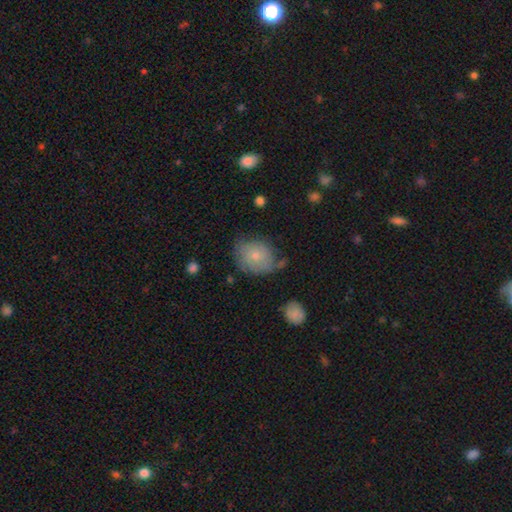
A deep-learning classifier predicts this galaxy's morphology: Smooth or featured? Predicted: smooth (p=0.72). How rounded? Predicted: round (p=0.62). Merging? Predicted: none (p=0.54).